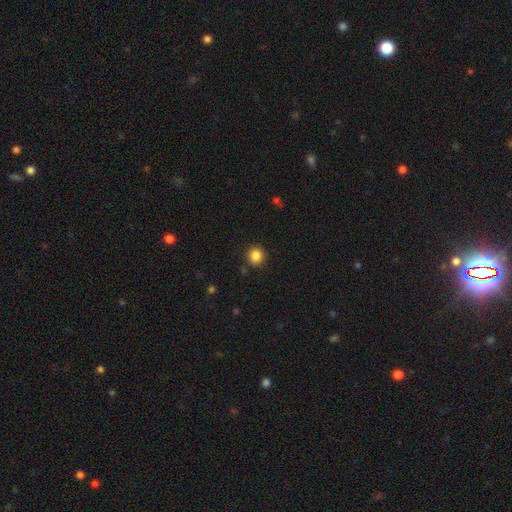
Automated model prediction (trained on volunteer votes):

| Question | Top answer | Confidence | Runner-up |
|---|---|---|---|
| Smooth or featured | smooth | 86% | star or artifact (10%) |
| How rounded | round | 92% | in between (7%) |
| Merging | none | 91% | minor disturbance (6%) |